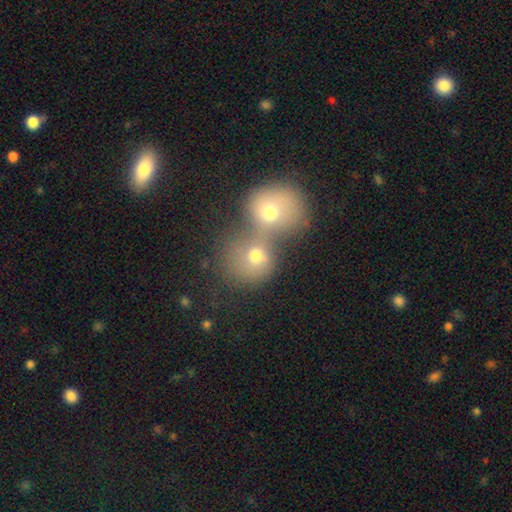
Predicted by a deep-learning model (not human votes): Overall: smooth (68%). How rounded: round (79%). Merging: merger (71%).